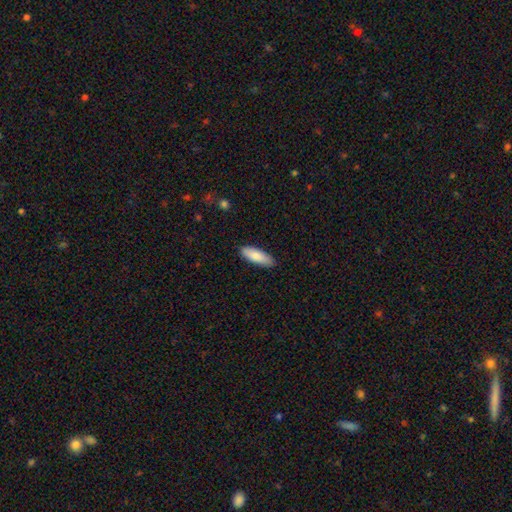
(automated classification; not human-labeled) Smooth or featured?
  - smooth: 85% *
  - featured or disk: 9%
  - star or artifact: 5%
How rounded?
  - in between: 61% *
  - cigar-shaped: 37%
  - round: 2%
Merging?
  - none: 88% *
  - minor disturbance: 9%
  - major disturbance: 2%
  - merger: 1%